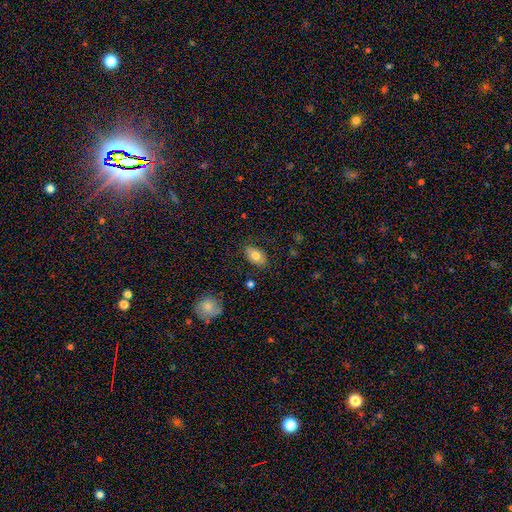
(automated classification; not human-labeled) Morphology: type=smooth (76%); roundness=in between (89%); merging=none (82%).